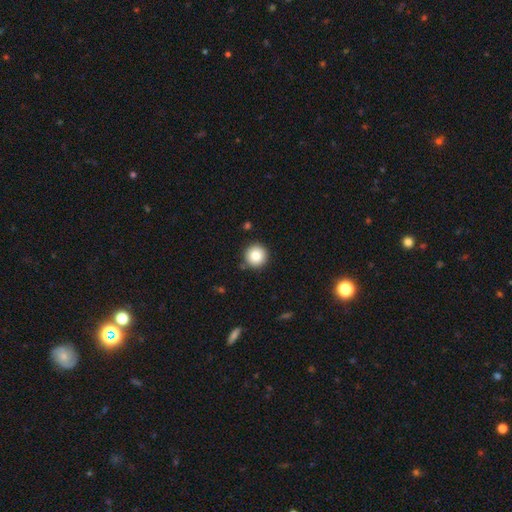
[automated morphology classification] smooth-or-featured: smooth: 85% | star or artifact: 9% | featured or disk: 6%
  how-rounded: round: 96% | in between: 3% | cigar-shaped: 1%
  merging: none: 89% | minor disturbance: 7% | merger: 2% | major disturbance: 2%